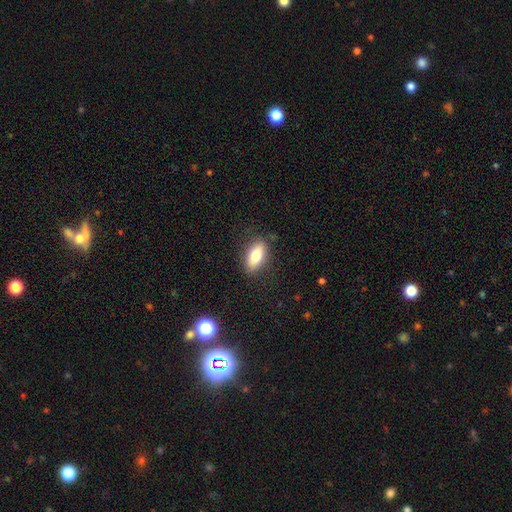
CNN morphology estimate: A smooth galaxy with no disk features (75%) that is in between round and cigar-shaped (82%).

Vote fractions:
- Smooth or featured? smooth: 75% / featured or disk: 18% / star or artifact: 7%
- How rounded? in between: 82% / cigar-shaped: 13% / round: 5%
- Merging? none: 84% / minor disturbance: 12% / major disturbance: 3% / merger: 1%